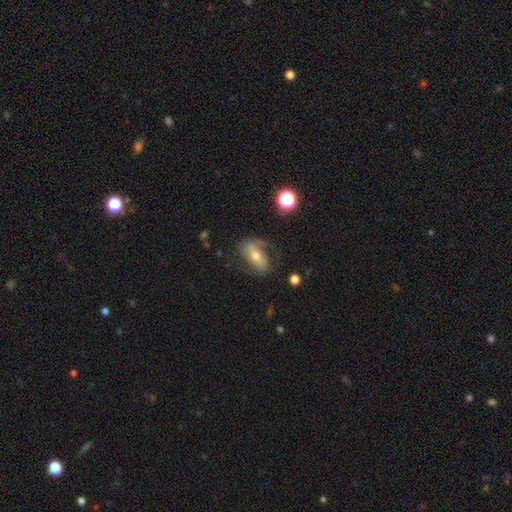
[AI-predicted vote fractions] Smooth or featured?
  - featured or disk: 67% *
  - smooth: 24%
  - star or artifact: 9%
Edge-on disk?
  - no: 92% *
  - yes: 8%
Bar?
  - strong: 34% *
  - weak: 33%
  - no: 33%
Spiral arms?
  - yes: 84% *
  - no: 16%
Spiral winding?
  - medium: 41% *
  - loose: 38%
  - tight: 21%
Spiral arm count?
  - 2: 71% *
  - 1: 16%
  - can't tell: 9%
  - 3: 1%
  - 4: 1%
  - more than 4: 1%
Bulge size?
  - moderate: 61% *
  - small: 31%
  - large: 5%
  - none: 2%
  - dominant: 1%
Merging?
  - none: 60% *
  - minor disturbance: 20%
  - major disturbance: 17%
  - merger: 2%